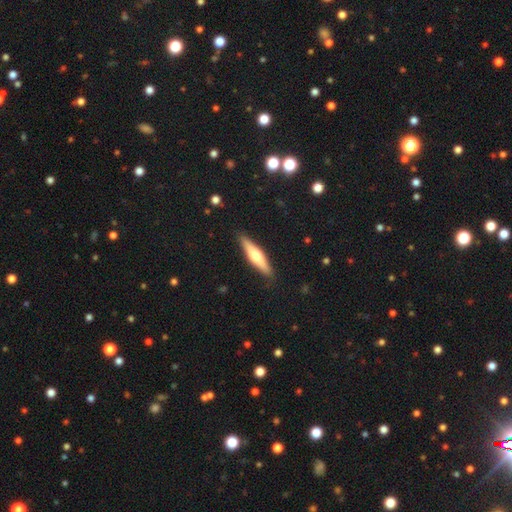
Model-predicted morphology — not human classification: smooth_or_featured: featured or disk (p=0.52) [alt: smooth p=0.43]
disk_edge_on: yes (p=0.93) [alt: no p=0.07]
merging: none (p=0.89) [alt: minor disturbance p=0.08]